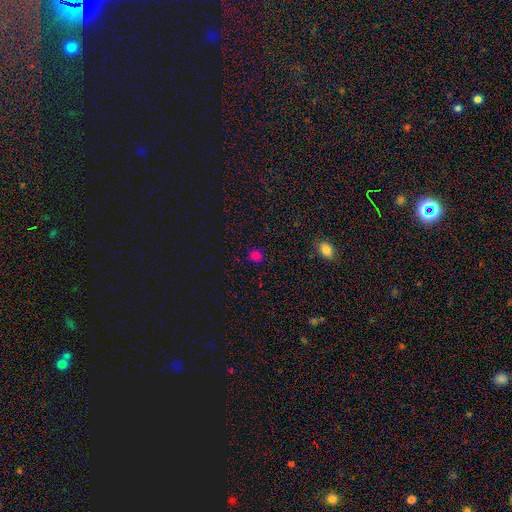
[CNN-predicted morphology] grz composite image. It shows a smooth galaxy with no disk features (76%) that is round (87%). Merging: none (89%).